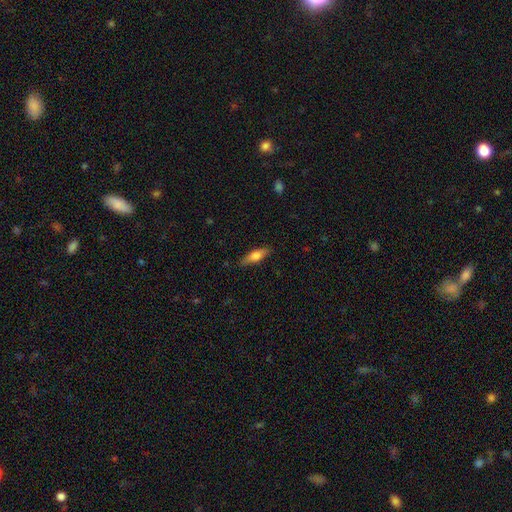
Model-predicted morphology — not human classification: A smooth galaxy with no disk features (60%) that is cigar-shaped (51%).

Vote fractions:
- Smooth or featured? smooth: 60% / featured or disk: 34% / star or artifact: 6%
- How rounded? cigar-shaped: 51% / in between: 46% / round: 3%
- Merging? none: 84% / minor disturbance: 12% / major disturbance: 2% / merger: 1%